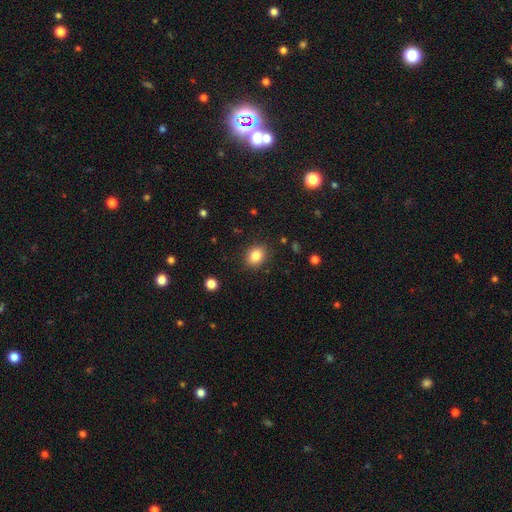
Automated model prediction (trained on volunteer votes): This appears to be a smooth galaxy with no disk features (85%) that is in between round and cigar-shaped (57%). Merging: none (87%).